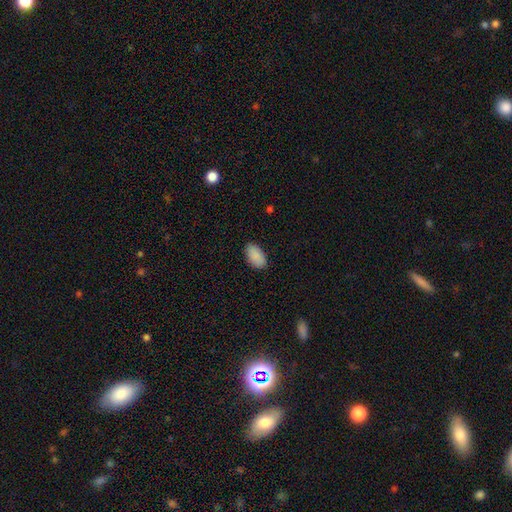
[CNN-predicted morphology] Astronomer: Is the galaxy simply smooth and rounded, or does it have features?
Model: smooth — 90%.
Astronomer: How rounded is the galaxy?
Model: in between — 95%.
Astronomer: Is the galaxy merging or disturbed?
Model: none — 87%.